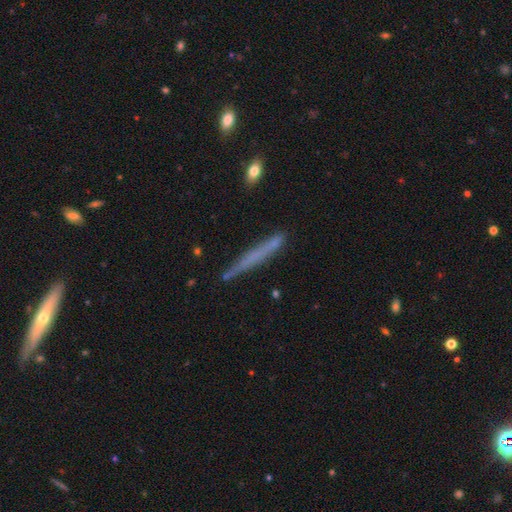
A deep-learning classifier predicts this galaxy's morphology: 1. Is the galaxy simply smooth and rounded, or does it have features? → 55% smooth, 36% featured or disk, 8% star or artifact.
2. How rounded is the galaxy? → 96% cigar-shaped, 2% in between, 2% round.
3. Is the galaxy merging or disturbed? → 84% none, 12% minor disturbance, 2% major disturbance, 2% merger.